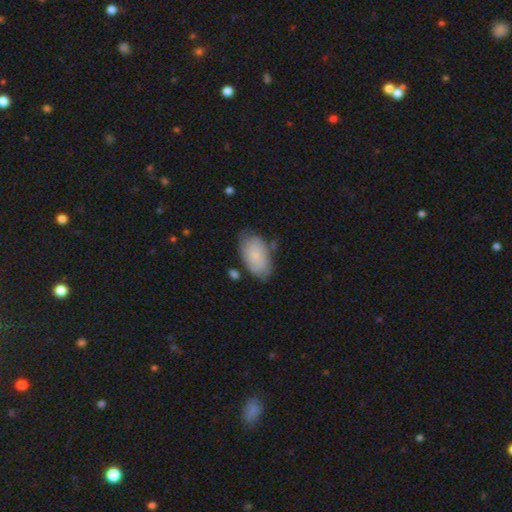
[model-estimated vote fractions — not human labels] Smooth or featured? Predicted: smooth (p=0.71). How rounded? Predicted: in between (p=0.94). Merging? Predicted: none (p=0.63).